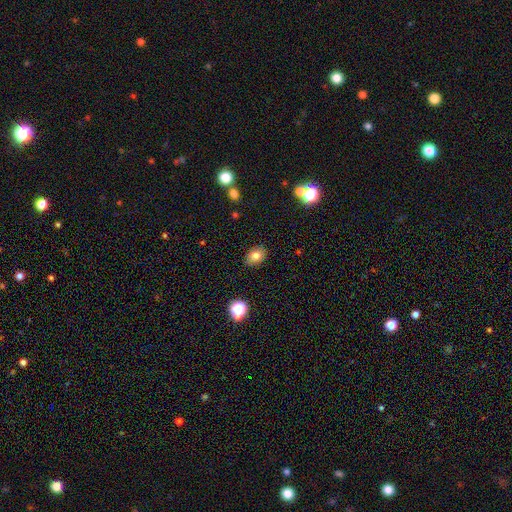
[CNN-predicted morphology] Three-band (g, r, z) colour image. It shows a smooth galaxy with no disk features (78%) that is in between round and cigar-shaped (65%). Merging: none (86%).